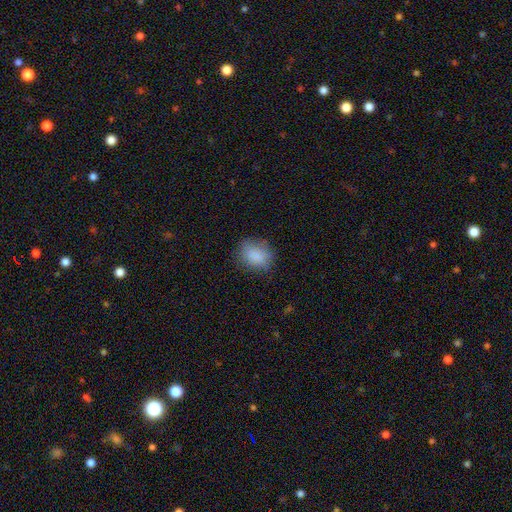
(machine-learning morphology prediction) smooth 86%, star or artifact 8%, featured or disk 6%. Down the decision tree: how rounded — in between (59%); merging — none (77%).